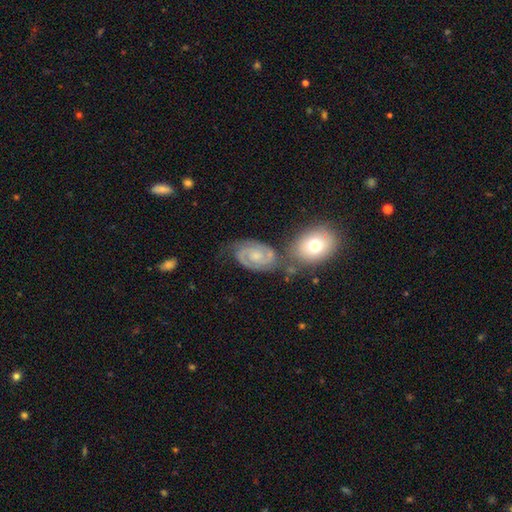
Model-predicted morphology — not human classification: A featured or disk galaxy (85%) with no bar (64%), 2 (88%) tight (57%) spiral arms (97%) and a small central bulge (50%).

Vote fractions:
- Smooth or featured? featured or disk: 85% / smooth: 9% / star or artifact: 6%
- Edge-on disk? no: 97% / yes: 3%
- Bar? no: 64% / weak: 30% / strong: 6%
- Spiral arms? yes: 97% / no: 3%
- Spiral winding? tight: 57% / medium: 36% / loose: 6%
- Spiral arm count? 2: 88% / can't tell: 5% / 3: 3% / 1: 2% / 4: 1% / more than 4: 1%
- Bulge size? small: 50% / moderate: 38% / none: 8% / large: 3% / dominant: 1%
- Merging? none: 64% / minor disturbance: 16% / merger: 13% / major disturbance: 6%